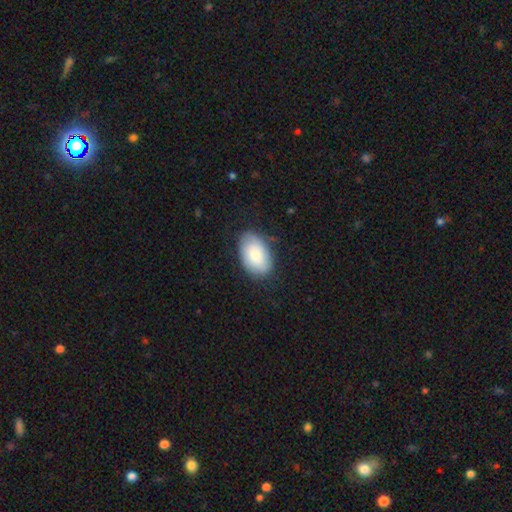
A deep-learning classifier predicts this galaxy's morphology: smooth 77%, featured or disk 17%, star or artifact 6%. Down the decision tree: how rounded — in between (92%); merging — none (79%).